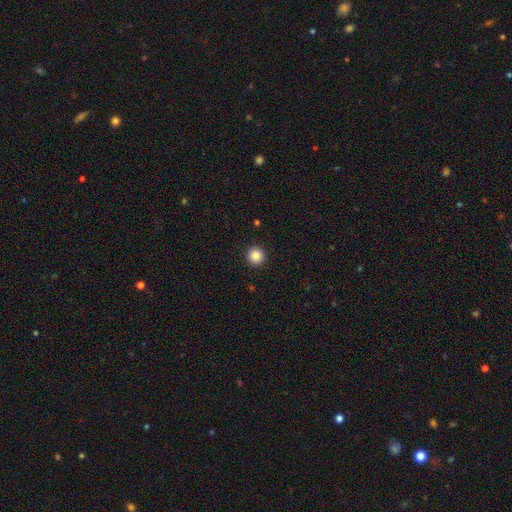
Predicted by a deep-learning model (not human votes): smooth 87%, star or artifact 10%, featured or disk 4%. Down the decision tree: how rounded — round (95%); merging — none (93%).